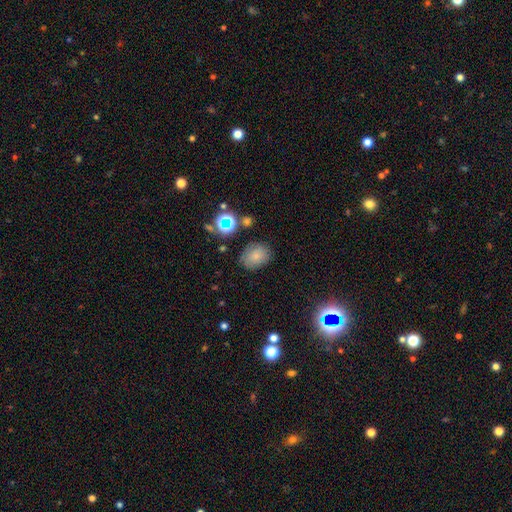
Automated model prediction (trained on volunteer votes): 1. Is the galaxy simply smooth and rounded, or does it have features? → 76% smooth, 14% star or artifact, 10% featured or disk.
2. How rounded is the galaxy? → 54% in between, 45% round, 1% cigar-shaped.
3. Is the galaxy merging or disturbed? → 76% none, 15% minor disturbance, 5% major disturbance, 4% merger.